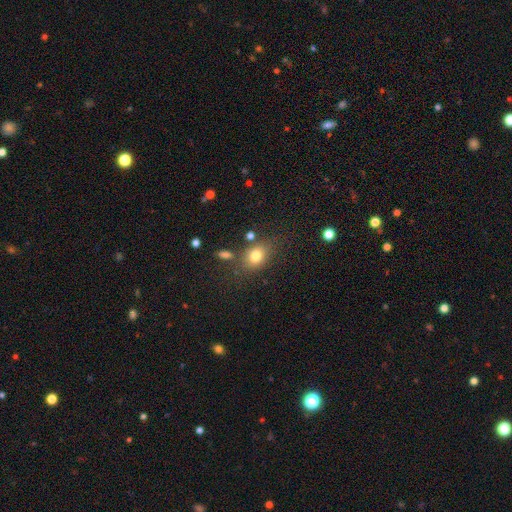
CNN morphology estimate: Smooth or featured?
  - smooth: 78% *
  - star or artifact: 12%
  - featured or disk: 10%
How rounded?
  - in between: 58% *
  - round: 40%
  - cigar-shaped: 2%
Merging?
  - none: 72% *
  - minor disturbance: 15%
  - merger: 8%
  - major disturbance: 6%